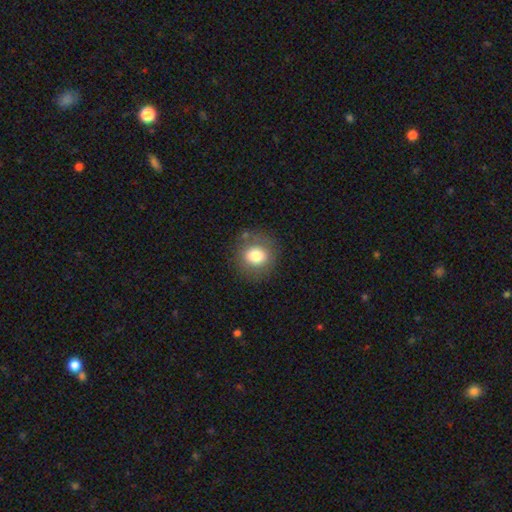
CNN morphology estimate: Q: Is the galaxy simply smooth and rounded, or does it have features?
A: smooth — 76%.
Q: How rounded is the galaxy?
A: round — 84%.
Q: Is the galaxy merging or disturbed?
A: none — 80%.